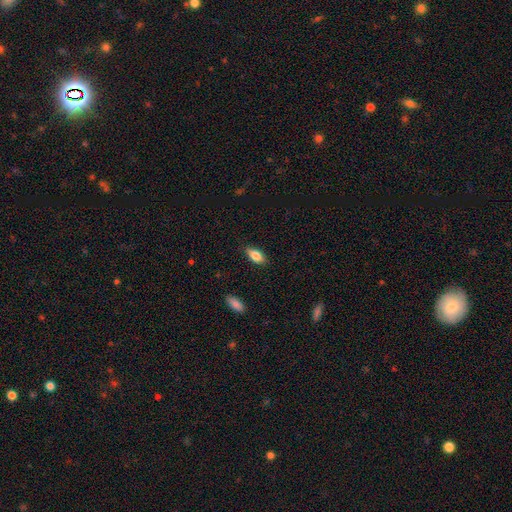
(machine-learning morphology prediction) Smooth or featured: smooth — 84% (featured or disk — 9%)
How rounded: in between — 88% (cigar-shaped — 8%)
Merging: none — 84% (minor disturbance — 12%)